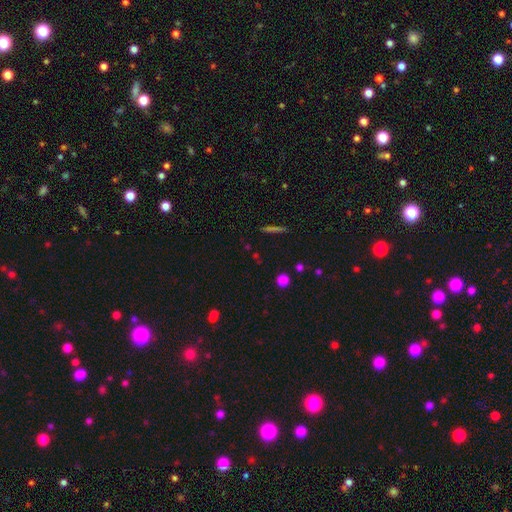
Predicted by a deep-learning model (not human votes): smooth 56%, star or artifact 28%, featured or disk 16%. Down the decision tree: how rounded — round (55%); merging — none (85%).